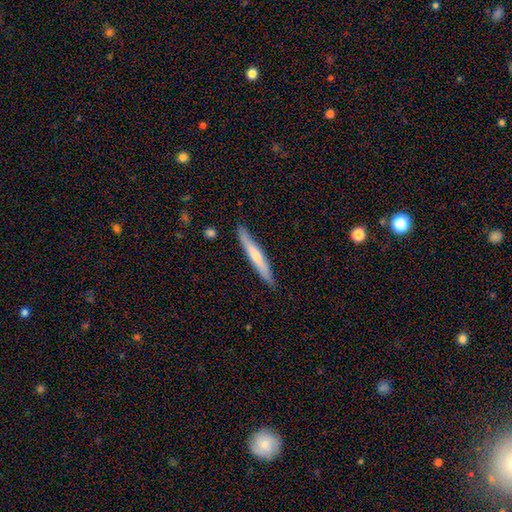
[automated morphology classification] The model was most divided on "smooth or featured": smooth: 52%, featured or disk: 42%, star or artifact: 6%. More confident: how rounded — cigar-shaped (94%); merging — none (87%).